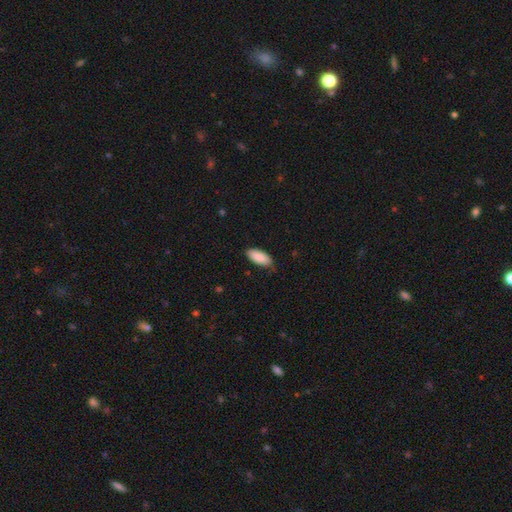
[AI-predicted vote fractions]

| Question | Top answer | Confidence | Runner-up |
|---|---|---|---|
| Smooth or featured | smooth | 88% | star or artifact (6%) |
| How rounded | in between | 89% | cigar-shaped (9%) |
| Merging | none | 77% | minor disturbance (19%) |